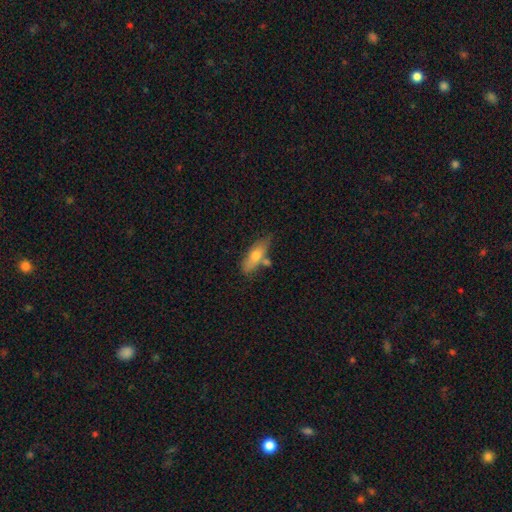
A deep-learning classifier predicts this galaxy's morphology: Overall: smooth (67%; featured or disk 27%). How rounded: in between (61%; cigar-shaped 36%). Merging: none (60%).